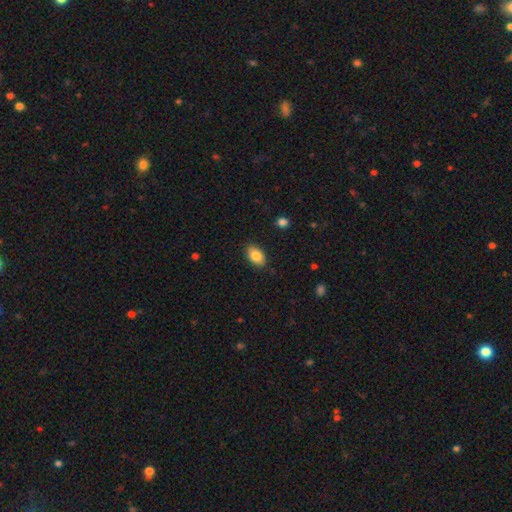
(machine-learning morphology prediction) This appears to be a smooth galaxy with no disk features (85%) that is in between round and cigar-shaped (92%). Merging: none (88%).